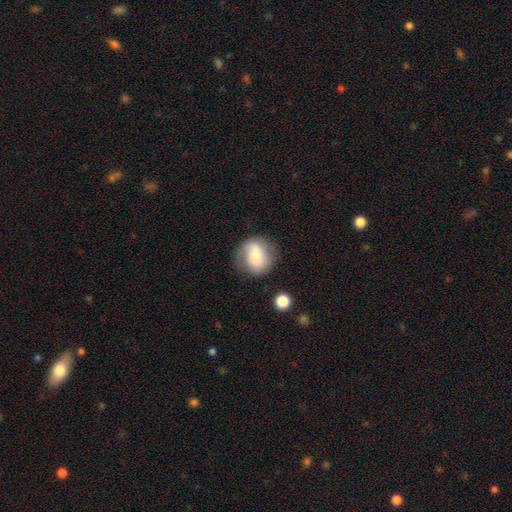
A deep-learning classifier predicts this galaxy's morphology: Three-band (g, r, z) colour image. It shows a smooth galaxy with no disk features (60%) that is round (77%). Merging: none (72%).